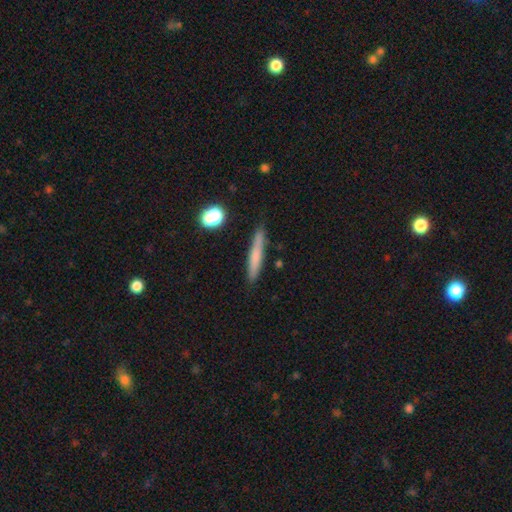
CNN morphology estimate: Smooth or featured: smooth — 67% (featured or disk — 26%)
How rounded: cigar-shaped — 93% (in between — 5%)
Merging: none — 86% (minor disturbance — 10%)